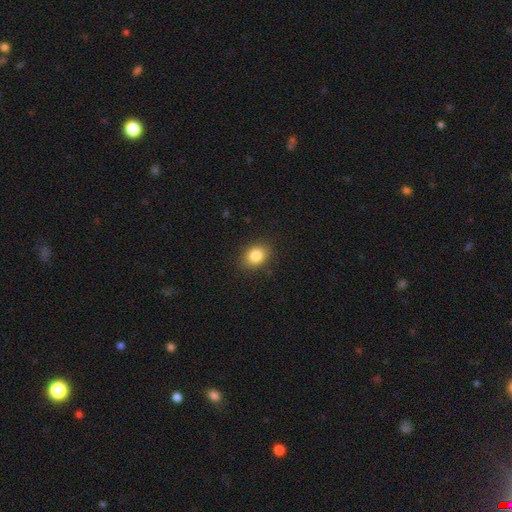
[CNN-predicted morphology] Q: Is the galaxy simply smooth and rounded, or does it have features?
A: smooth — 84%.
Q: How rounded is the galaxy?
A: in between — 62%.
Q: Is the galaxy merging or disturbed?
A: none — 87%.